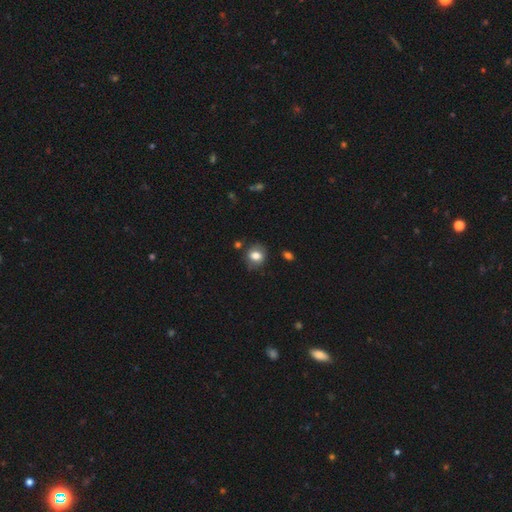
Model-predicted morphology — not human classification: smooth_or_featured: smooth (p=0.77) [alt: featured or disk p=0.14]
how_rounded: round (p=0.65) [alt: in between p=0.34]
merging: none (p=0.74) [alt: minor disturbance p=0.18]